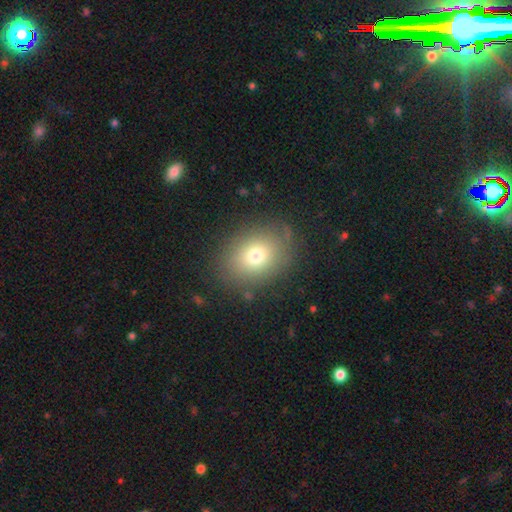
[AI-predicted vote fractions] Smooth or featured?
  - smooth: 74% *
  - featured or disk: 13%
  - star or artifact: 13%
How rounded?
  - in between: 53% *
  - round: 46%
  - cigar-shaped: 1%
Merging?
  - none: 83% *
  - minor disturbance: 11%
  - major disturbance: 5%
  - merger: 2%